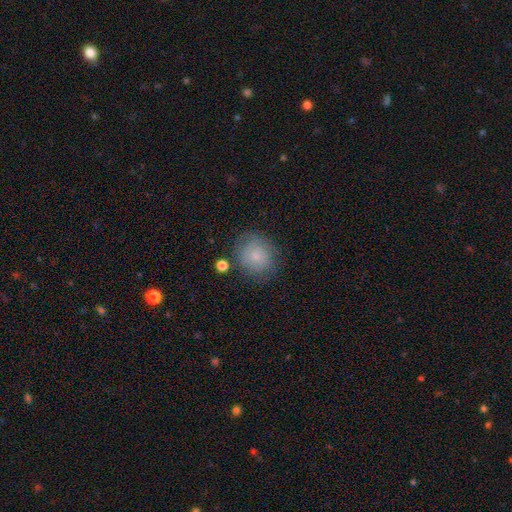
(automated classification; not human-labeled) Smooth or featured? smooth (76%)
How rounded? round (83%)
Merging? none (75%)